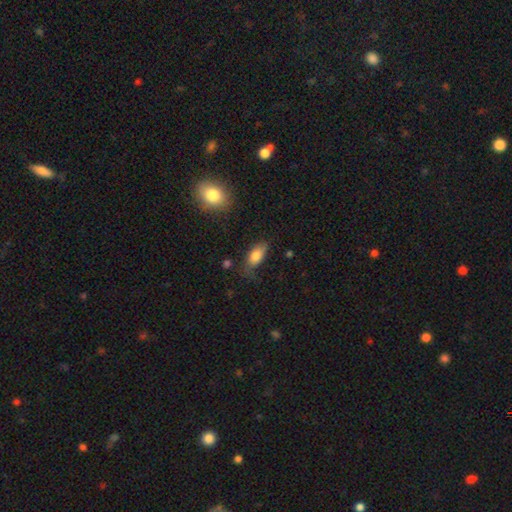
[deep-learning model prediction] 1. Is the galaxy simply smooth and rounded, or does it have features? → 80% smooth, 12% featured or disk, 8% star or artifact.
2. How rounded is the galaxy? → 86% in between, 10% cigar-shaped, 4% round.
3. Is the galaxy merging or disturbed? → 59% none, 29% minor disturbance, 9% major disturbance, 2% merger.